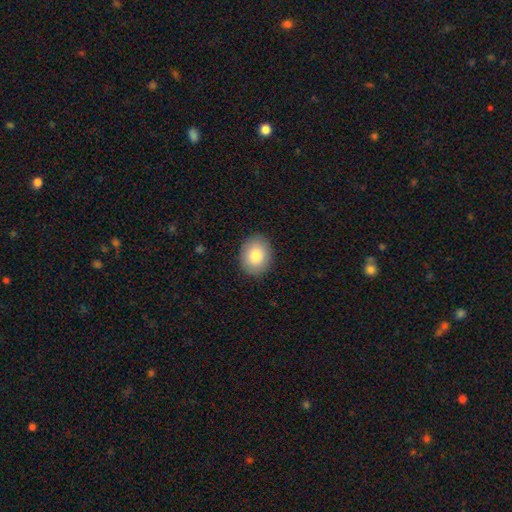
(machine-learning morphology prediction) Smooth or featured? smooth (83%)
How rounded? in between (54%)
Merging? none (89%)